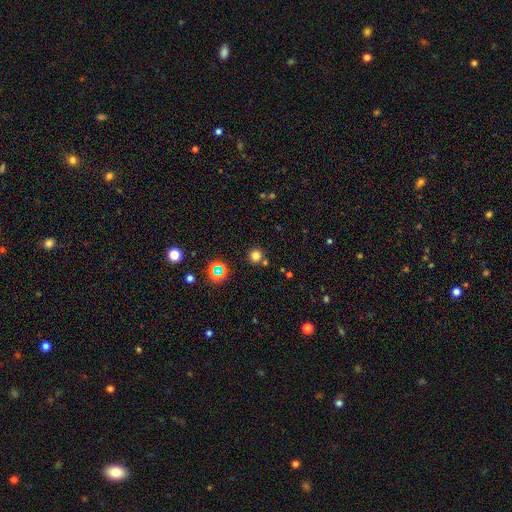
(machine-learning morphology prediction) The model was most divided on "smooth or featured": smooth: 73%, star or artifact: 22%, featured or disk: 6%. More confident: how rounded — round (94%); merging — none (80%).